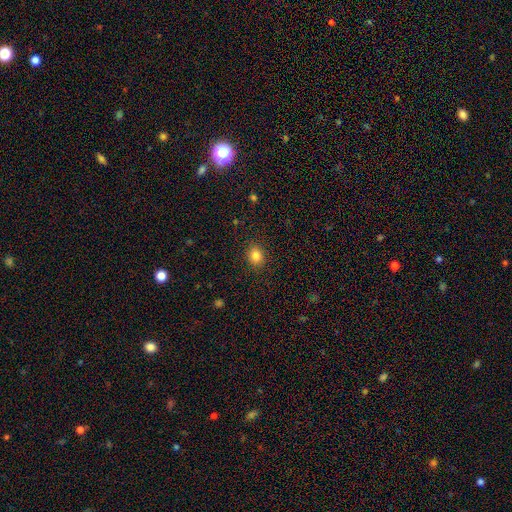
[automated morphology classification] smooth 84%, star or artifact 11%, featured or disk 5%. Down the decision tree: how rounded — round (59%); merging — none (89%).